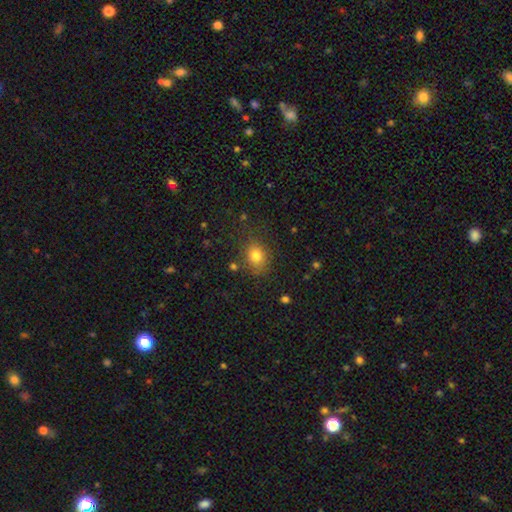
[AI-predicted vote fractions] Morphology: type=smooth (79%); roundness=round (58%); merging=none (78%).